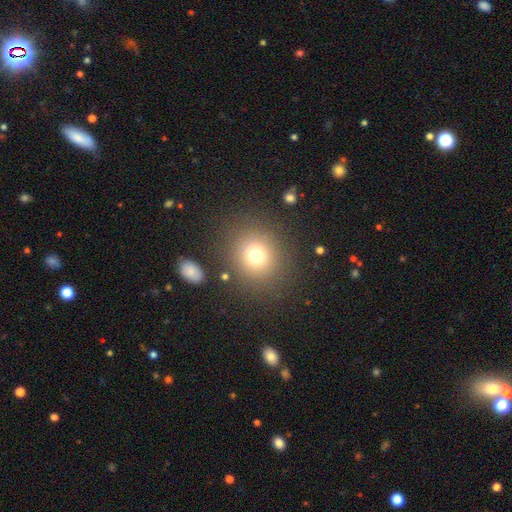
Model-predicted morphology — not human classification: Smooth or featured: smooth — 74% (star or artifact — 16%)
How rounded: round — 83% (in between — 16%)
Merging: none — 83% (minor disturbance — 8%)